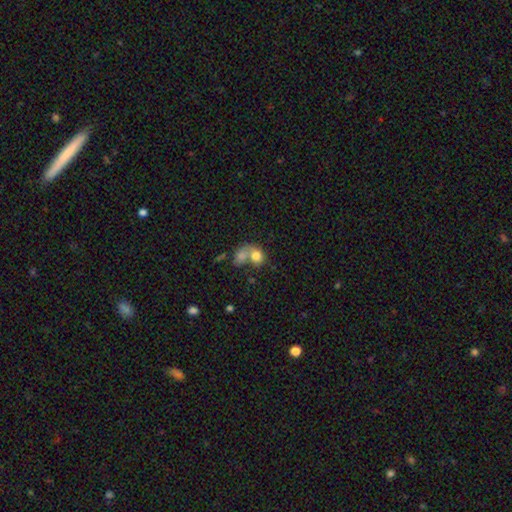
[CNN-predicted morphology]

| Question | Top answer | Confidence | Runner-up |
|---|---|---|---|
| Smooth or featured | smooth | 78% | featured or disk (13%) |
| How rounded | in between | 50% | round (49%) |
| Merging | merger | 63% | none (23%) |